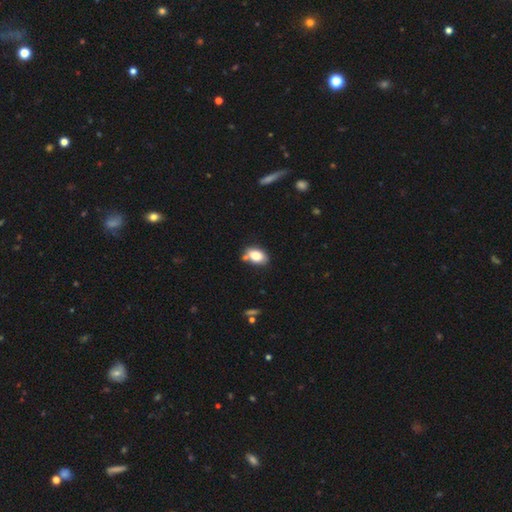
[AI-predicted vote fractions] Morphology: type=smooth (82%); roundness=in between (87%); merging=none (64%).